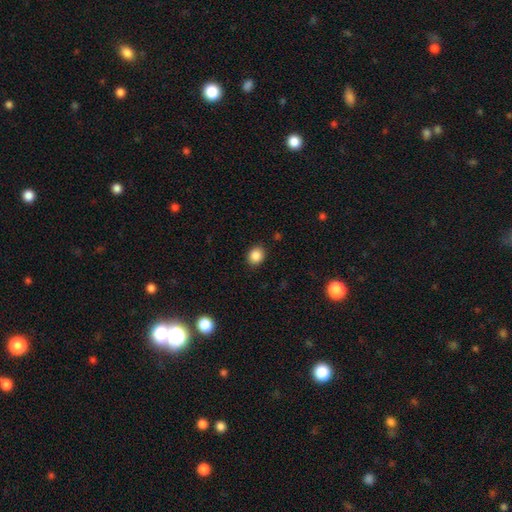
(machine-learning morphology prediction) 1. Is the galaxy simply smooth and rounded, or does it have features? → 87% smooth, 10% star or artifact, 3% featured or disk.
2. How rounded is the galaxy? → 63% round, 37% in between, 1% cigar-shaped.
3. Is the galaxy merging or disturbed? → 90% none, 7% minor disturbance, 2% major disturbance, 1% merger.